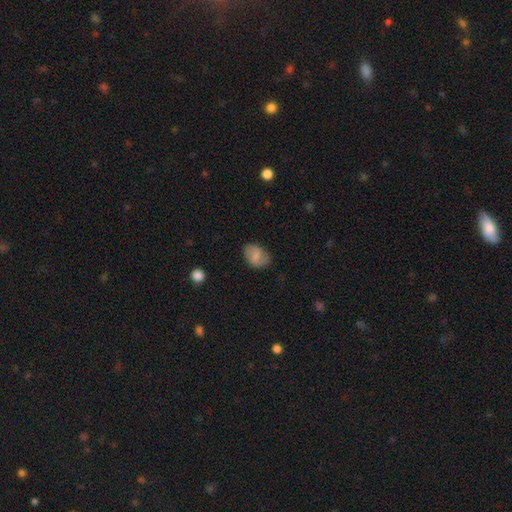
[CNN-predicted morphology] Q: Smooth or featured?
A: smooth (70%); runner-up: featured or disk (22%)
Q: How rounded?
A: in between (77%); runner-up: round (22%)
Q: Merging?
A: none (77%); runner-up: minor disturbance (17%)